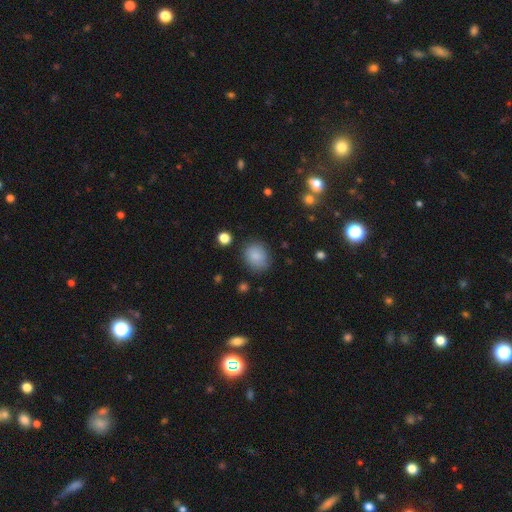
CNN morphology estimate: Smooth or featured?
  - smooth: 83% *
  - star or artifact: 9%
  - featured or disk: 8%
How rounded?
  - round: 60% *
  - in between: 39%
  - cigar-shaped: 1%
Merging?
  - none: 74% *
  - minor disturbance: 19%
  - major disturbance: 5%
  - merger: 2%